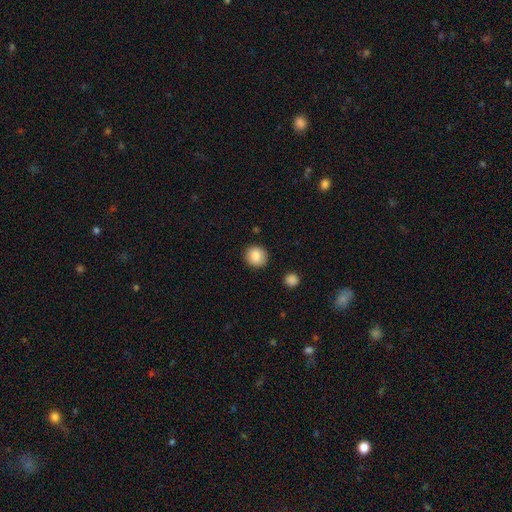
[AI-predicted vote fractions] Overall: smooth (86%). How rounded: round (90%). Merging: none (89%).